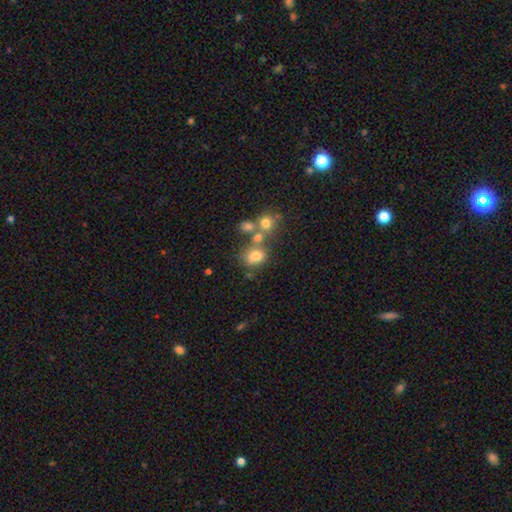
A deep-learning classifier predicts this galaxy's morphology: A smooth galaxy with no disk features (70%) that is round (55%). Merging: none (44%).